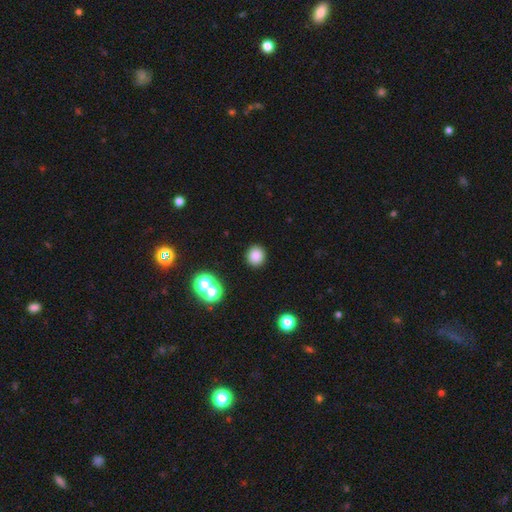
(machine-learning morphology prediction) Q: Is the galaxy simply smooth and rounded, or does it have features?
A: smooth — 82%.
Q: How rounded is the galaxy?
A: round — 87%.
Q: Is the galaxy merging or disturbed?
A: none — 90%.